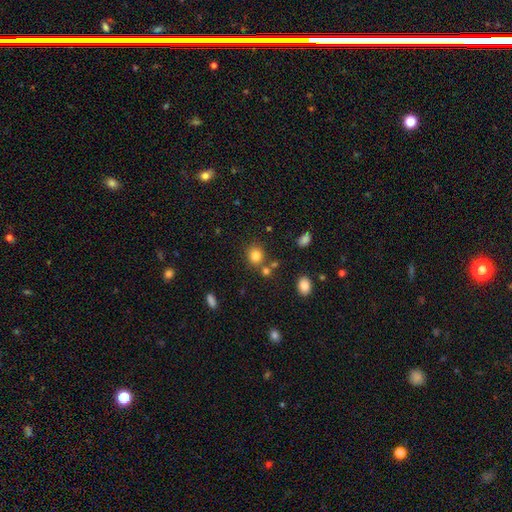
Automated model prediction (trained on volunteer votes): Smooth or featured: smooth — 81% (star or artifact — 13%)
How rounded: round — 79% (in between — 20%)
Merging: none — 74% (merger — 12%)